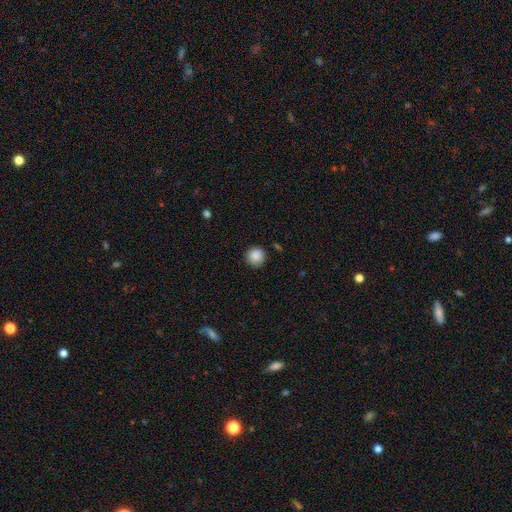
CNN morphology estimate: Smooth or featured: smooth — 88% (star or artifact — 9%)
How rounded: round — 94% (in between — 5%)
Merging: none — 85% (minor disturbance — 11%)